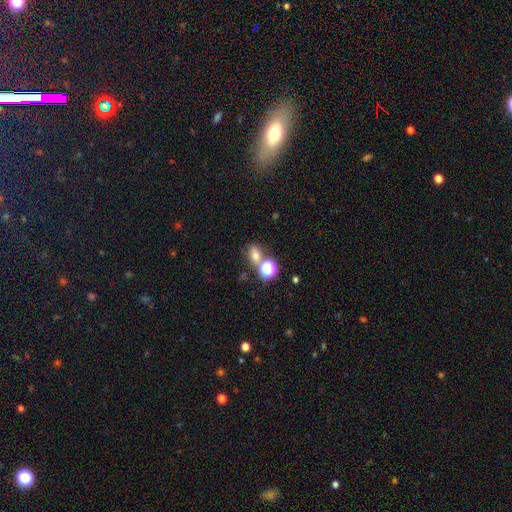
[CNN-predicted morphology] This appears to be a smooth galaxy with no disk features (65%) that is in between round and cigar-shaped (51%). Merging: none (58%).